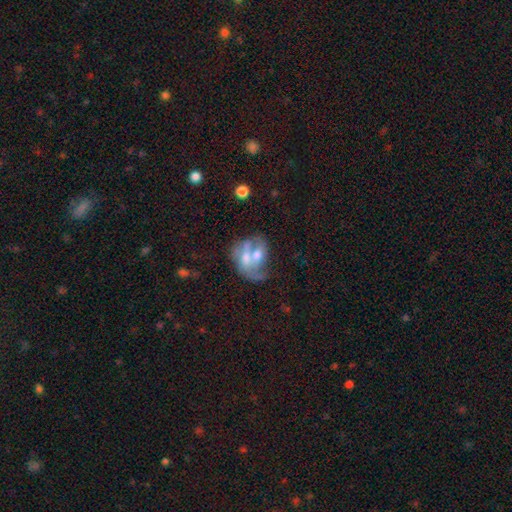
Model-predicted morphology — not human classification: Smooth or featured? Predicted: featured or disk (p=0.52). Edge-on disk? Predicted: no (p=0.94). Merging? Predicted: merger (p=0.65).